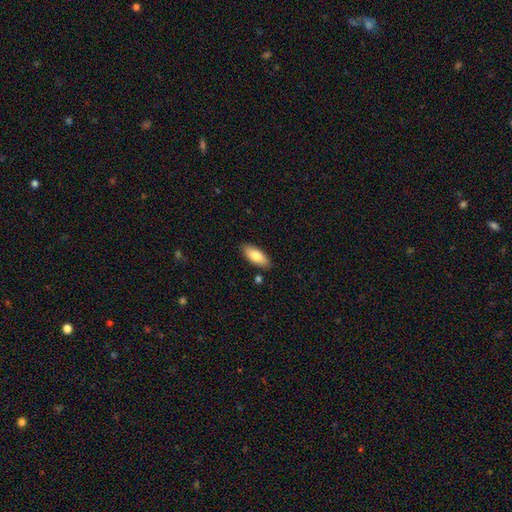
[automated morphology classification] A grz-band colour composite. It shows a smooth galaxy with no disk features (80%) that is in between round and cigar-shaped (82%). Merging: none (87%).